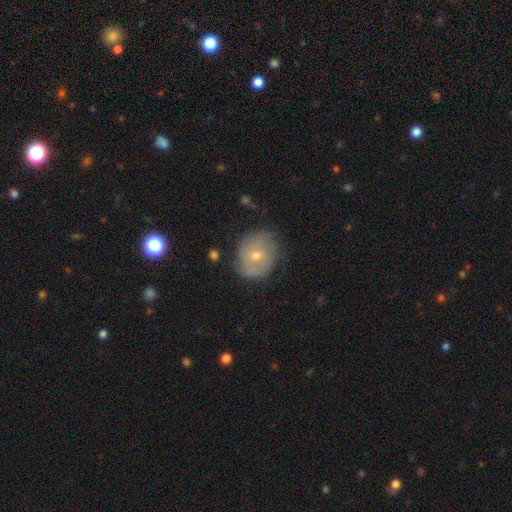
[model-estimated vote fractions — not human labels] Morphology: type=featured or disk (50%); edge-on=no (96%); merging=none (71%).